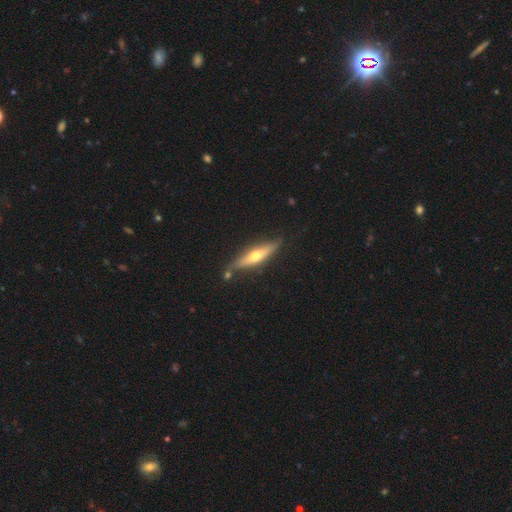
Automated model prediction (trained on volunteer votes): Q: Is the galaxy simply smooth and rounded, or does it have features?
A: featured or disk — 57%.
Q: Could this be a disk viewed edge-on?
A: yes — 89%.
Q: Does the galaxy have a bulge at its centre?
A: rounded — 91%.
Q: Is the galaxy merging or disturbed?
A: none — 75%.